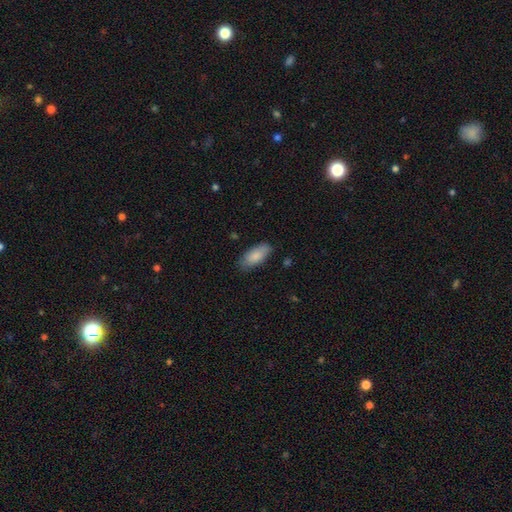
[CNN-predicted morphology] type=smooth (85%); roundness=in between (88%); merging=none (79%).